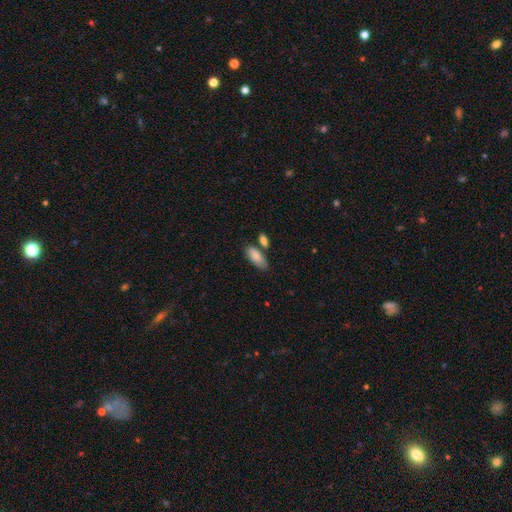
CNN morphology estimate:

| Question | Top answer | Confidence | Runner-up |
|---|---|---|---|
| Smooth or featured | smooth | 83% | featured or disk (12%) |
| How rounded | in between | 84% | cigar-shaped (13%) |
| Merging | none | 66% | merger (16%) |